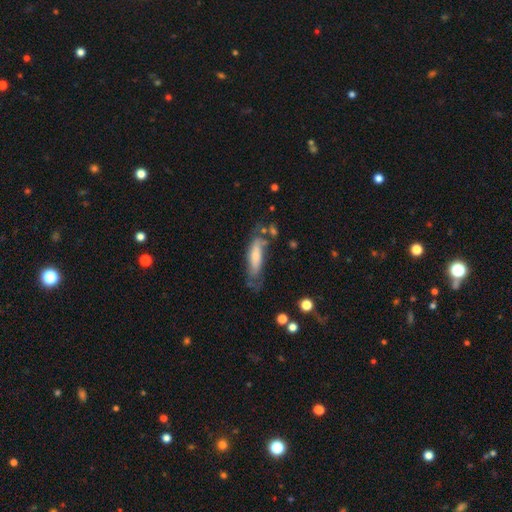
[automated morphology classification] smooth-or-featured: smooth: 58% | featured or disk: 36% | star or artifact: 6%
  how-rounded: cigar-shaped: 54% | in between: 44% | round: 2%
  merging: none: 48% | minor disturbance: 28% | major disturbance: 17% | merger: 7%